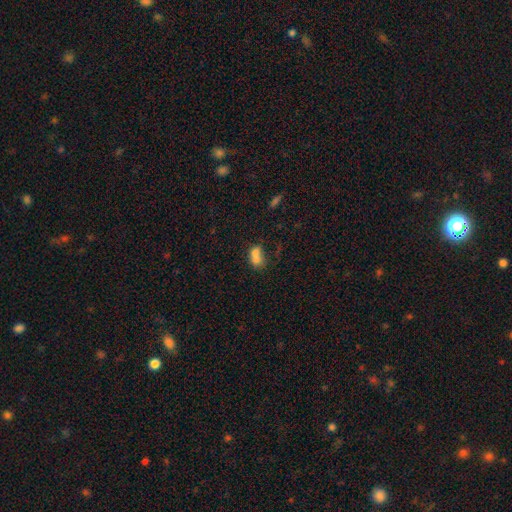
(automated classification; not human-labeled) Smooth or featured? smooth (69%)
How rounded? in between (57%)
Merging? merger (68%)